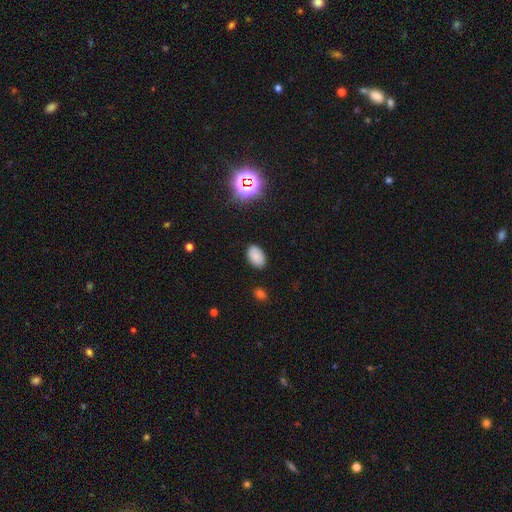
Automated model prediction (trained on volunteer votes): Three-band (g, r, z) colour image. It shows a smooth galaxy with no disk features (82%) that is in between round and cigar-shaped (91%). Merging: none (86%).